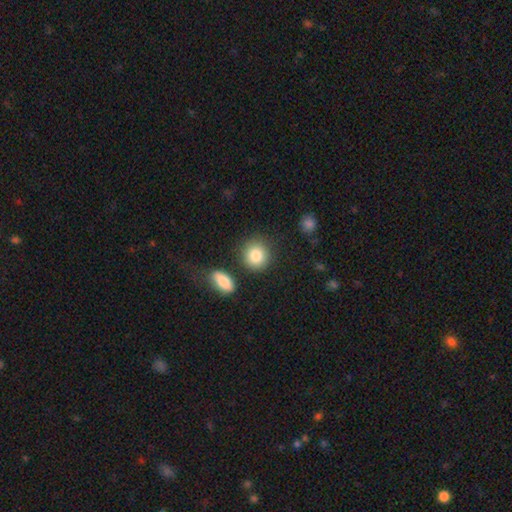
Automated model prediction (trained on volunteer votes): smooth 85%, star or artifact 8%, featured or disk 7%. Down the decision tree: how rounded — round (85%); merging — none (80%).